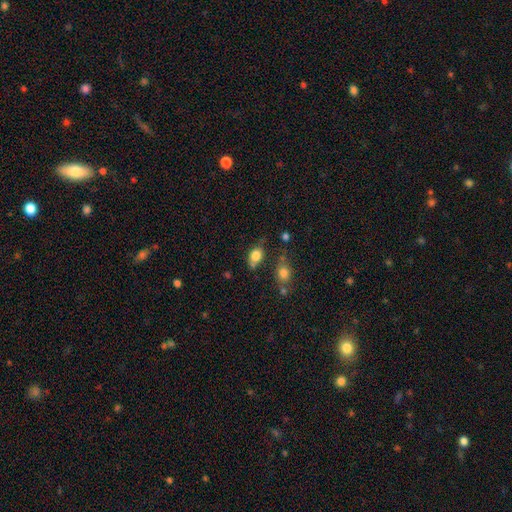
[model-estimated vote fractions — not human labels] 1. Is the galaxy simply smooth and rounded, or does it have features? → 81% smooth, 10% star or artifact, 9% featured or disk.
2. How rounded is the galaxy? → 63% in between, 35% round, 2% cigar-shaped.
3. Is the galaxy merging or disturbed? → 57% none, 23% minor disturbance, 12% merger, 8% major disturbance.